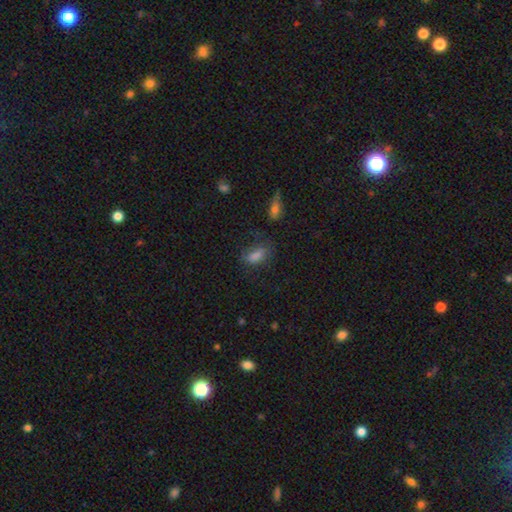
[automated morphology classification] Smooth or featured? Predicted: smooth (p=0.76). How rounded? Predicted: in between (p=0.79). Merging? Predicted: none (p=0.62).